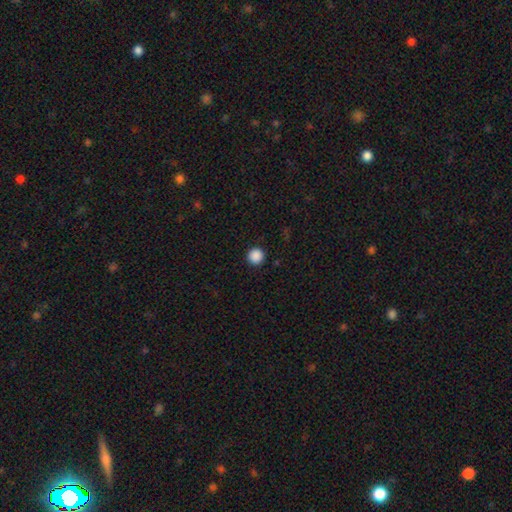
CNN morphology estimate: This is clearly a smooth galaxy (89%). How rounded: clearly round (96%). Merging: clearly none (93%).